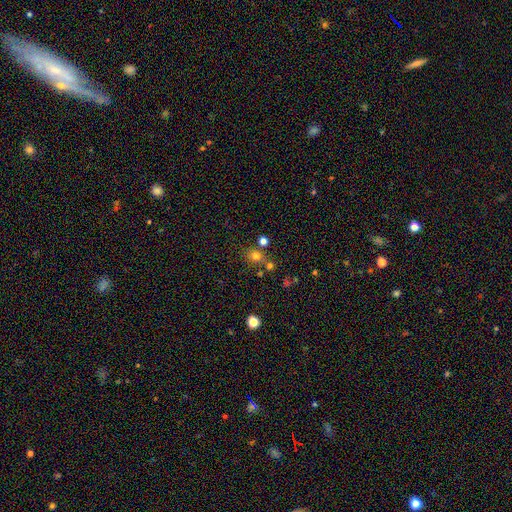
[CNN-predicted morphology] type=smooth (72%); roundness=round (82%); merging=none (68%).